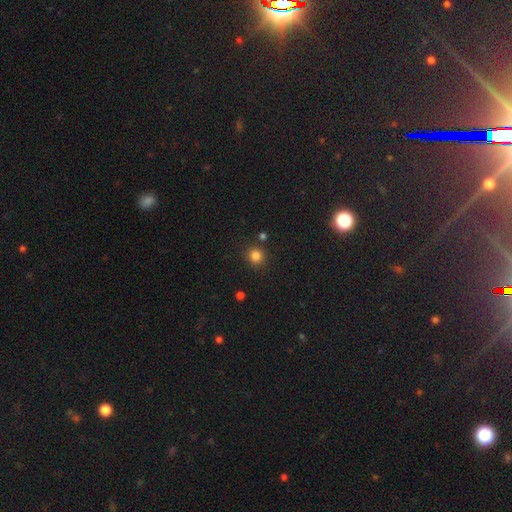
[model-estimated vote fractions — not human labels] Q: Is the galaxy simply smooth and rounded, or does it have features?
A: smooth — 83%.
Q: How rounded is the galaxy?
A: round — 90%.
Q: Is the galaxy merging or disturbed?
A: none — 85%.